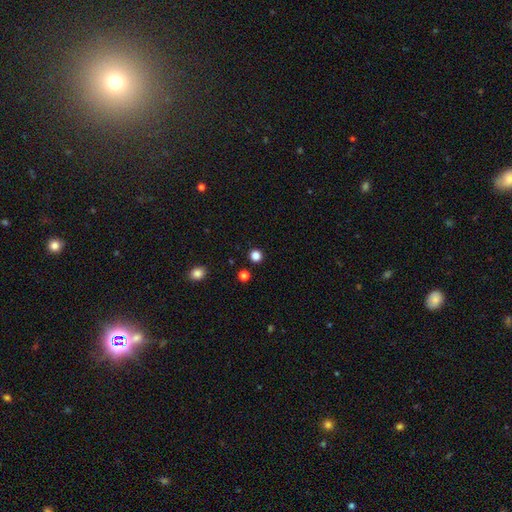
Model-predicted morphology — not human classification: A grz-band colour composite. It shows a smooth galaxy with no disk features (83%) that is round (93%). Merging: none (92%).